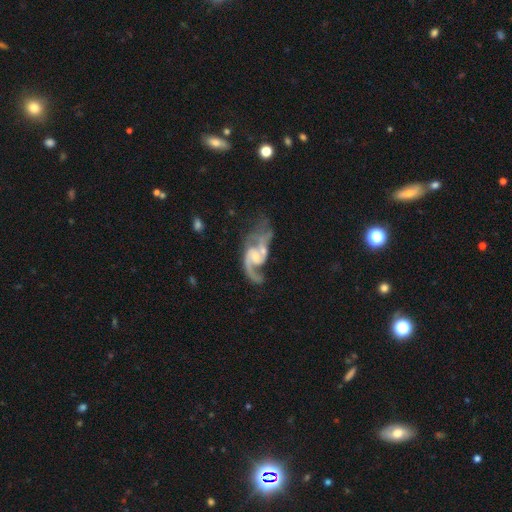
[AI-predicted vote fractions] This appears to be a featured or disk galaxy (89%) with a weak bar (44%, tied with no), 2 (78%) medium (44%, tied with loose) spiral arms (95%) and a small central bulge (43%). Merging: major disturbance (31%, tied with none).